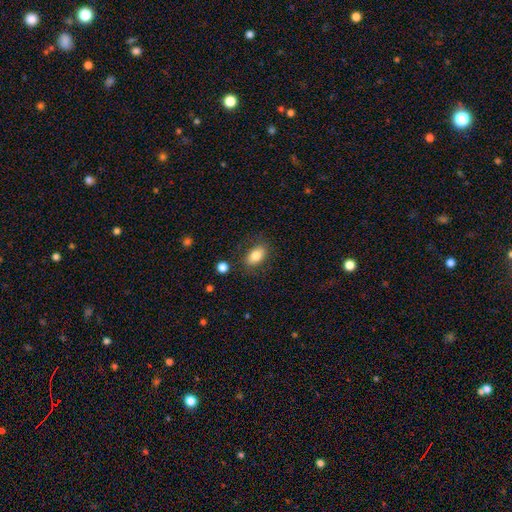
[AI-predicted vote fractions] Smooth or featured? Predicted: smooth (p=0.81). How rounded? Predicted: in between (p=0.88). Merging? Predicted: none (p=0.82).